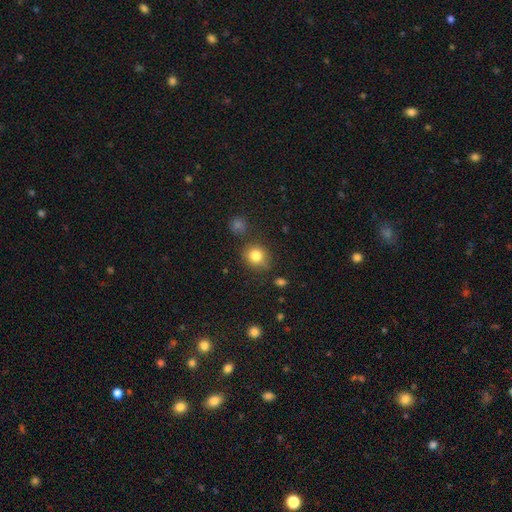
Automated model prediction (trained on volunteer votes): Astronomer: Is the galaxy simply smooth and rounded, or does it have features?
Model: smooth — 82%.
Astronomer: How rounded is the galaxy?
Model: round — 78%.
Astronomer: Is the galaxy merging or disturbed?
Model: none — 78%.